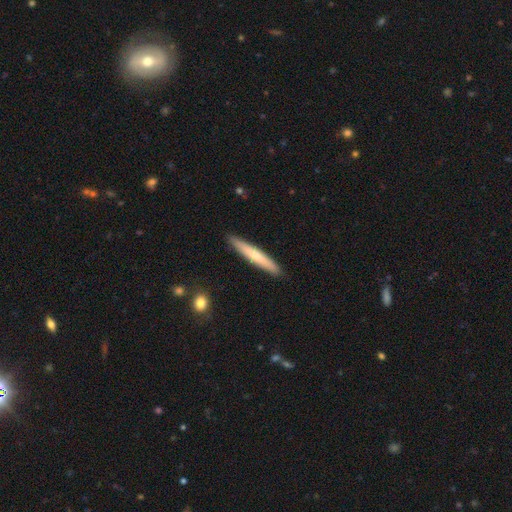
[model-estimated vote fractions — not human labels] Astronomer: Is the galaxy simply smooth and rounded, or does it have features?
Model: smooth — 60% (runner-up: featured or disk, 35%).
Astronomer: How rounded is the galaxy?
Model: cigar-shaped — 95%.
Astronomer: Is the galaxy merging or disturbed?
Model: none — 91%.